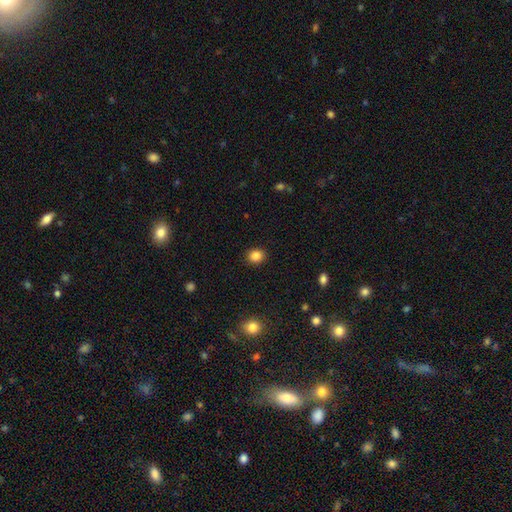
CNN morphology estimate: smooth 86%, star or artifact 11%, featured or disk 4%. Down the decision tree: how rounded — round (69%); merging — none (90%).